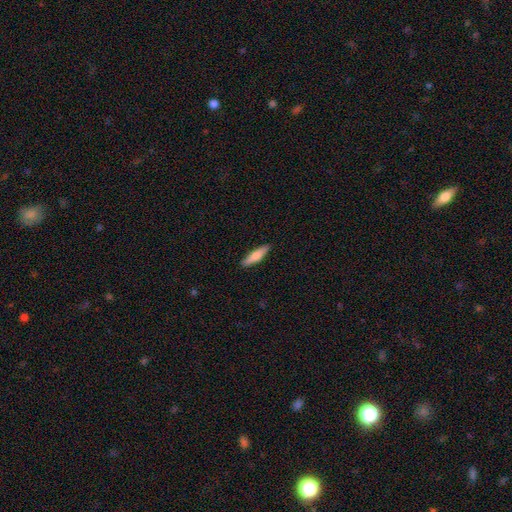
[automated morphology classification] Smooth or featured: smooth — 64% (featured or disk — 31%)
How rounded: cigar-shaped — 80% (in between — 18%)
Merging: none — 91% (minor disturbance — 7%)